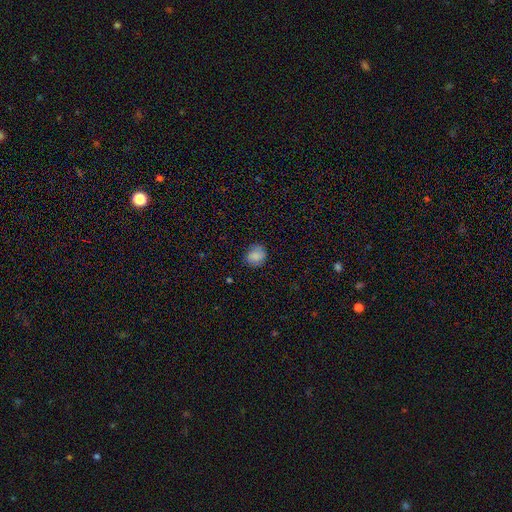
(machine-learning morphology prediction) A smooth galaxy with no disk features (85%) that is round (65%).

Vote fractions:
- Smooth or featured? smooth: 85% / star or artifact: 9% / featured or disk: 6%
- How rounded? round: 65% / in between: 34% / cigar-shaped: 1%
- Merging? none: 80% / minor disturbance: 16% / major disturbance: 3% / merger: 1%